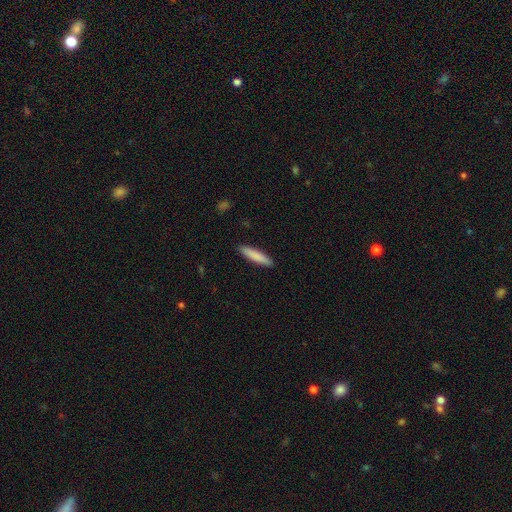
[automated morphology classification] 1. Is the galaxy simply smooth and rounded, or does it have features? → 85% smooth, 10% featured or disk, 5% star or artifact.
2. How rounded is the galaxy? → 86% cigar-shaped, 13% in between, 1% round.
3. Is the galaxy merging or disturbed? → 91% none, 7% minor disturbance, 1% major disturbance, 1% merger.